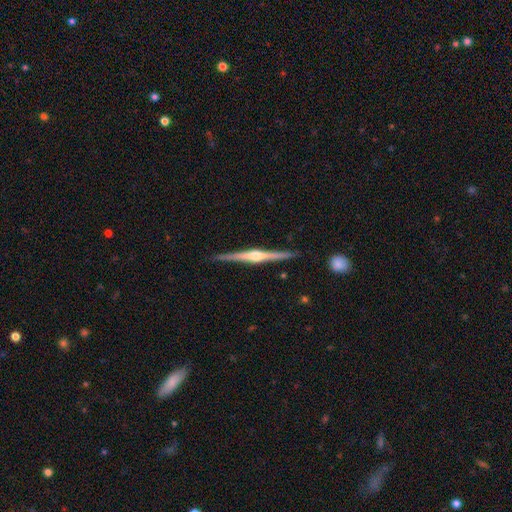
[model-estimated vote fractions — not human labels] Smooth or featured? featured or disk (83%)
Edge-on disk? yes (99%)
Edge-on bulge? rounded (91%)
Merging? none (90%)